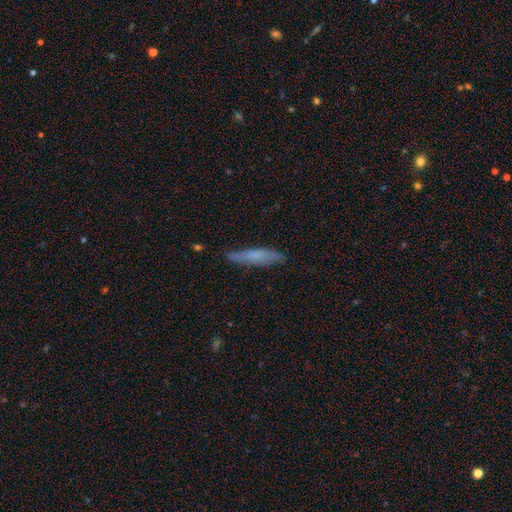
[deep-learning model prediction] smooth_or_featured: smooth (p=0.60) [alt: featured or disk p=0.33]
how_rounded: cigar-shaped (p=0.86) [alt: in between p=0.13]
merging: none (p=0.83) [alt: minor disturbance p=0.13]